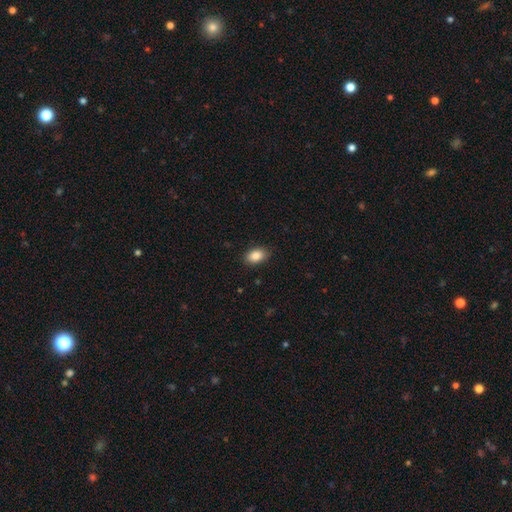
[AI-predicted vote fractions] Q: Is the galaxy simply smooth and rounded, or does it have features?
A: smooth — 87%.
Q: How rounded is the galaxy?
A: in between — 87%.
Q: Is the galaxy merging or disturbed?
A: none — 86%.